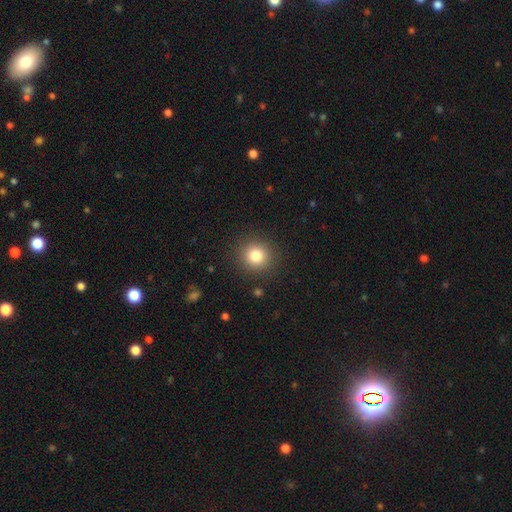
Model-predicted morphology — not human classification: Smooth or featured?
  - smooth: 82% *
  - star or artifact: 11%
  - featured or disk: 7%
How rounded?
  - round: 91% *
  - in between: 8%
  - cigar-shaped: 1%
Merging?
  - none: 90% *
  - minor disturbance: 6%
  - major disturbance: 3%
  - merger: 1%